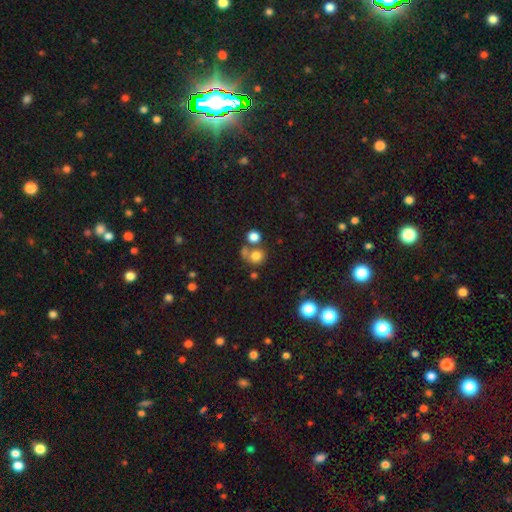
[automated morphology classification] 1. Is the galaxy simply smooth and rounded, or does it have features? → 76% smooth, 14% star or artifact, 10% featured or disk.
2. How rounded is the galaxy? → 83% round, 16% in between, 1% cigar-shaped.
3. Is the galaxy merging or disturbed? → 50% none, 34% merger, 10% minor disturbance, 6% major disturbance.